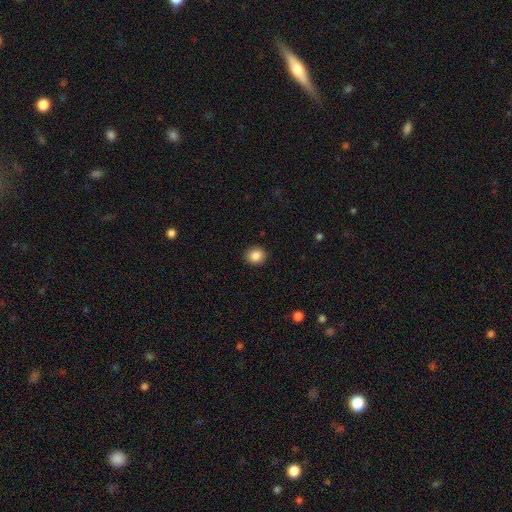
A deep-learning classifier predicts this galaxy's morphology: Smooth or featured: smooth — 86% (star or artifact — 9%)
How rounded: round — 77% (in between — 22%)
Merging: none — 91% (minor disturbance — 6%)